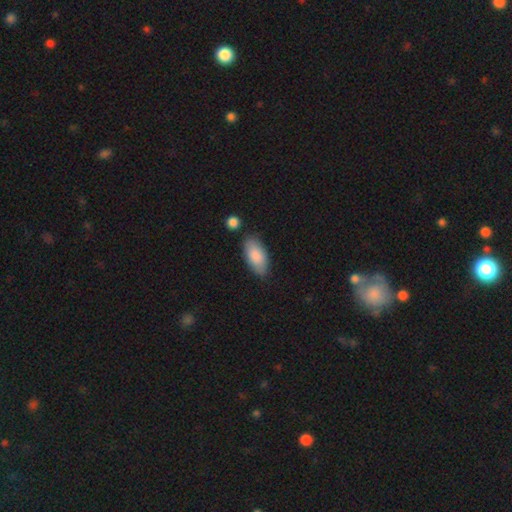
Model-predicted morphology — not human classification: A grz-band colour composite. It shows a smooth galaxy with no disk features (87%) that is in between round and cigar-shaped (91%). Merging: none (78%).